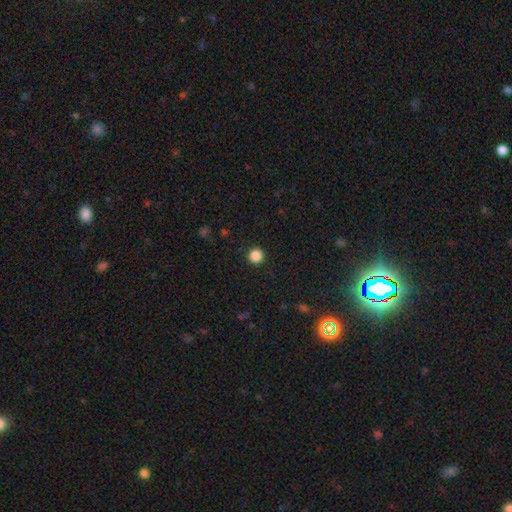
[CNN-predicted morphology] Smooth or featured?
  - smooth: 86% *
  - star or artifact: 11%
  - featured or disk: 3%
How rounded?
  - round: 96% *
  - in between: 3%
  - cigar-shaped: 1%
Merging?
  - none: 93% *
  - minor disturbance: 5%
  - major disturbance: 2%
  - merger: 1%